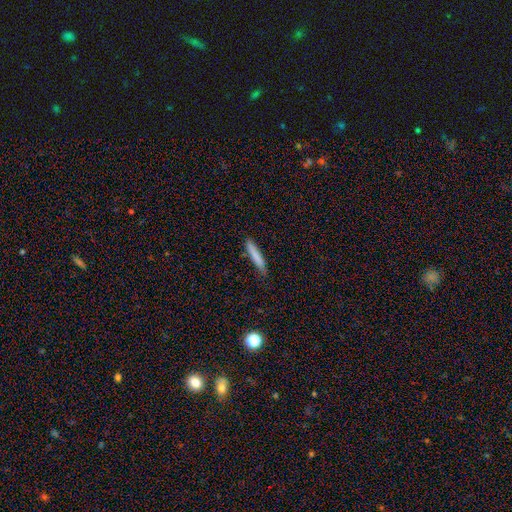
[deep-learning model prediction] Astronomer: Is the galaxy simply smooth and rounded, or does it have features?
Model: smooth — 80%.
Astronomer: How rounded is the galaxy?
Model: cigar-shaped — 92%.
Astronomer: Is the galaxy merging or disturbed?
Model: none — 80%.